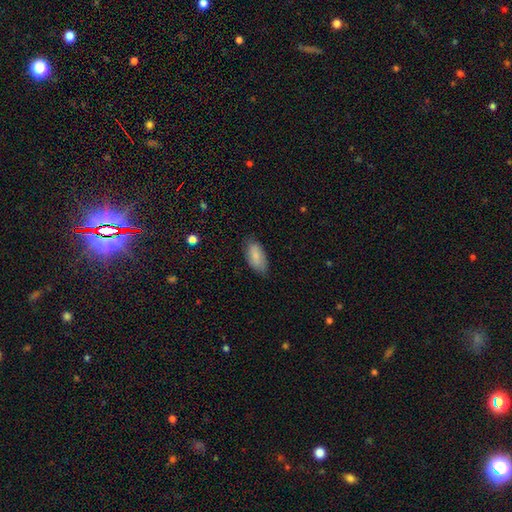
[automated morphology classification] smooth 84%, featured or disk 10%, star or artifact 6%. Down the decision tree: how rounded — in between (92%); merging — none (77%).